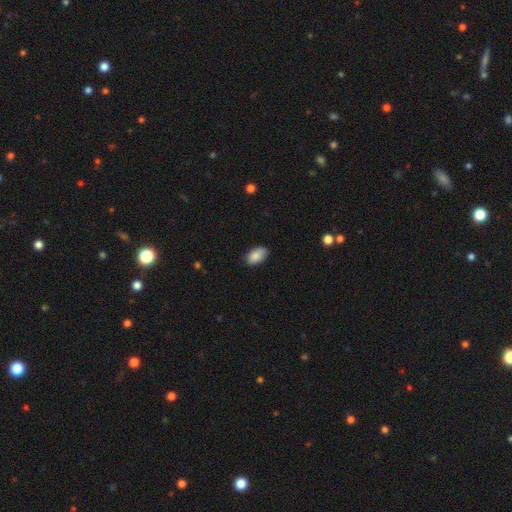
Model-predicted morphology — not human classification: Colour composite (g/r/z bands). It shows a smooth galaxy with no disk features (87%) that is in between round and cigar-shaped (94%). Merging: none (80%).